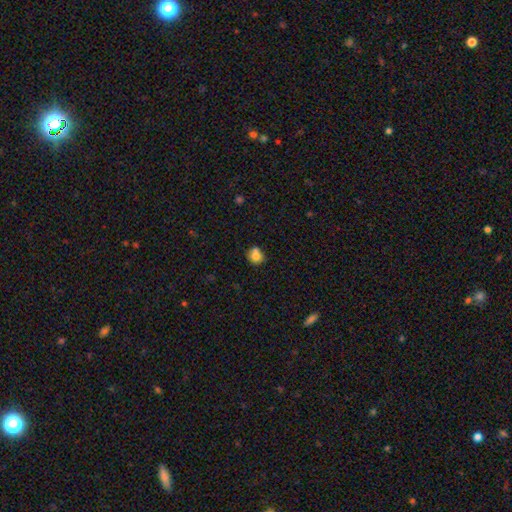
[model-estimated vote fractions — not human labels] A smooth galaxy with no disk features (79%) that is round (76%).

Vote fractions:
- Smooth or featured? smooth: 79% / star or artifact: 11% / featured or disk: 10%
- How rounded? round: 76% / in between: 23% / cigar-shaped: 1%
- Merging? none: 55% / merger: 23% / minor disturbance: 17% / major disturbance: 5%